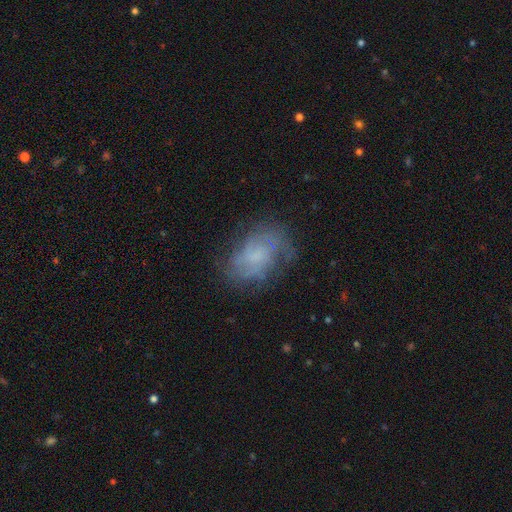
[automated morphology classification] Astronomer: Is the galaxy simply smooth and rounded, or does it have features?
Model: featured or disk — 55% (runner-up: smooth, 34%).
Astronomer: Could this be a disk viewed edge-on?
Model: no — 97%.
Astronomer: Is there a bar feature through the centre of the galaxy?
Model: no — 66%.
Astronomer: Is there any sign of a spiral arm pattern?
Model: yes — 74%.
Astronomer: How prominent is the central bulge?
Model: none — 44% (runner-up: small, 31%).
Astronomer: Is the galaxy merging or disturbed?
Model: none — 65%.